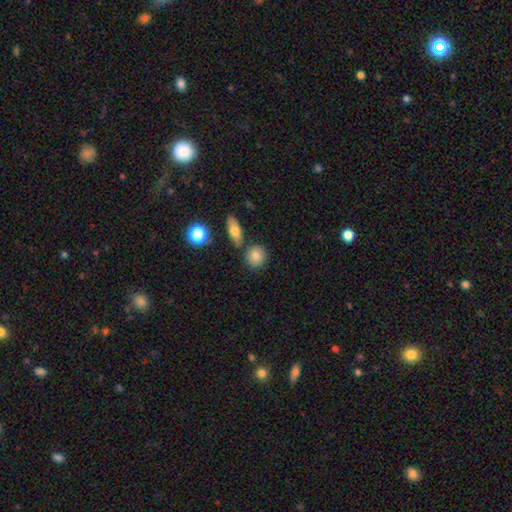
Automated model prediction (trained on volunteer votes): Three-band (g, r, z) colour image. It shows a smooth galaxy with no disk features (81%) that is round (82%). Merging: none (76%).